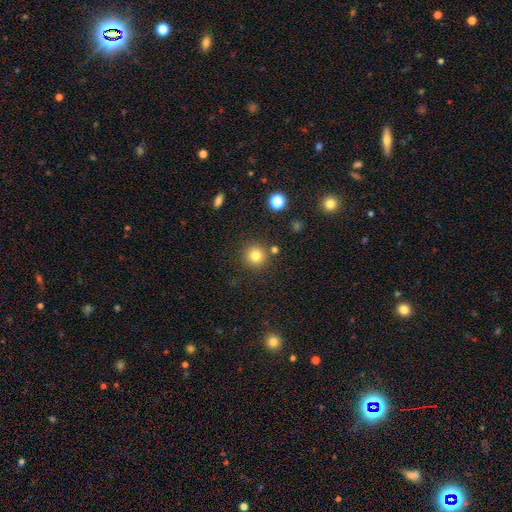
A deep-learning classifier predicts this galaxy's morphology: Smooth or featured?
  - smooth: 80% *
  - star or artifact: 13%
  - featured or disk: 7%
How rounded?
  - round: 95% *
  - in between: 5%
  - cigar-shaped: 1%
Merging?
  - none: 86% *
  - minor disturbance: 7%
  - merger: 5%
  - major disturbance: 2%